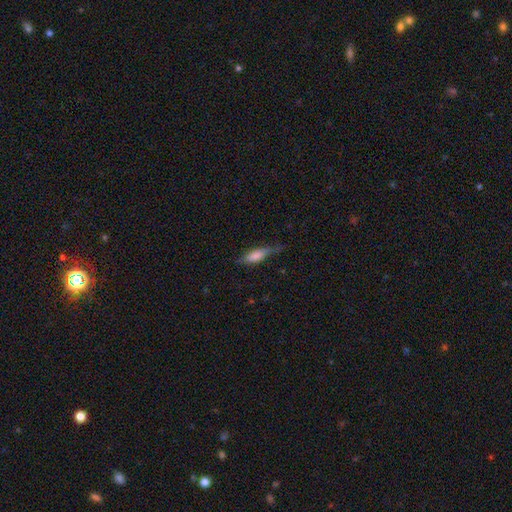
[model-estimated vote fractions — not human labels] smooth 63%, featured or disk 30%, star or artifact 7%. Down the decision tree: how rounded — in between (50%); merging — none (54%).